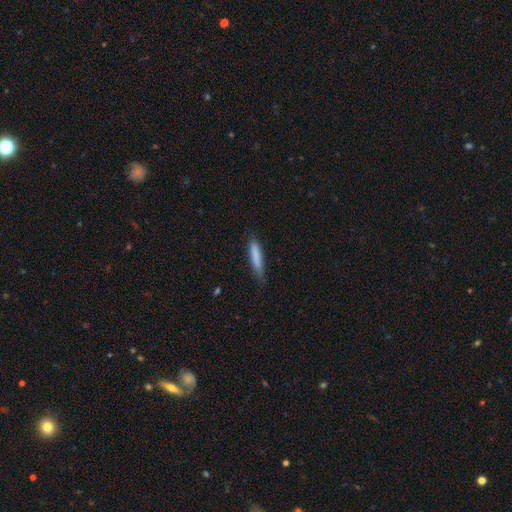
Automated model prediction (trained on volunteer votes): This appears to be a smooth galaxy with no disk features (81%) that is cigar-shaped (89%). Merging: none (75%).